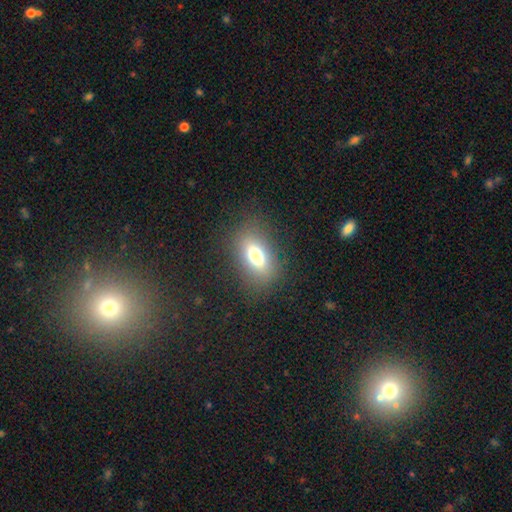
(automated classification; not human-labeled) A smooth galaxy with no disk features (70%) that is in between round and cigar-shaped (80%). Merging: none (82%).